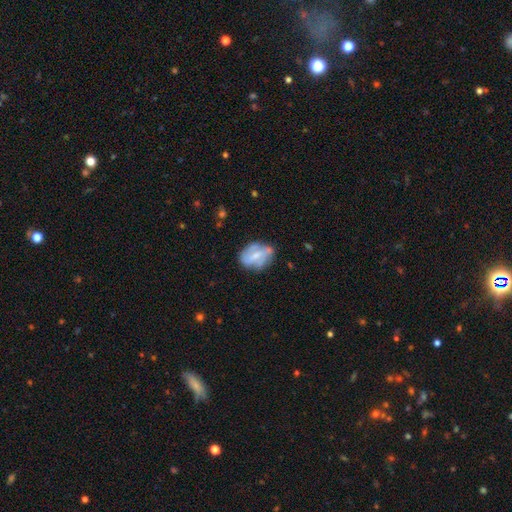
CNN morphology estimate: type=featured or disk (61%); edge-on=no (96%); bar=weak (47%); spiral arms=yes (70%); bulge=small (50%); merging=none (60%).